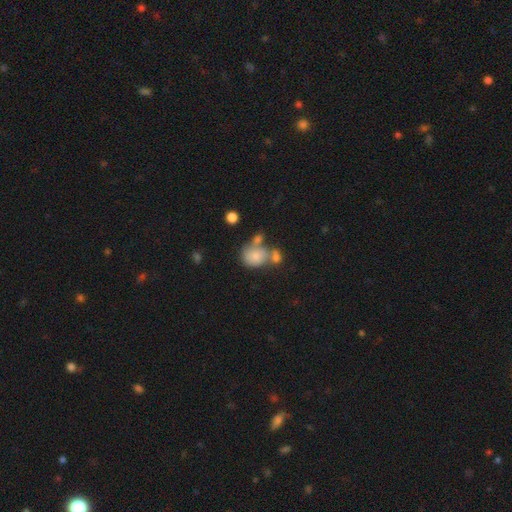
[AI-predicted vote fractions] Morphology: type=smooth (70%); roundness=round (58%); merging=merger (40%).